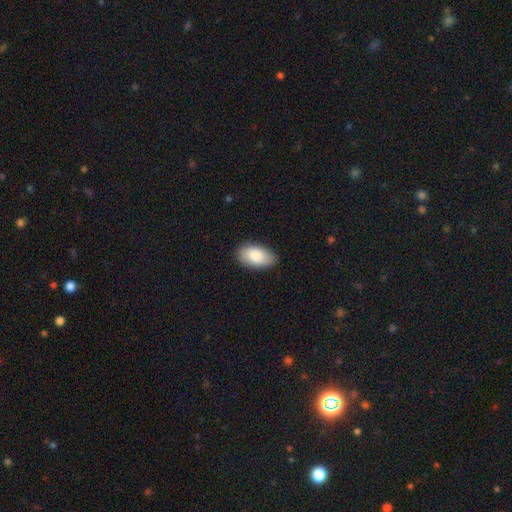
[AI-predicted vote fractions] Q: Smooth or featured?
A: smooth (85%); runner-up: featured or disk (9%)
Q: How rounded?
A: in between (94%); runner-up: round (4%)
Q: Merging?
A: none (84%); runner-up: minor disturbance (12%)